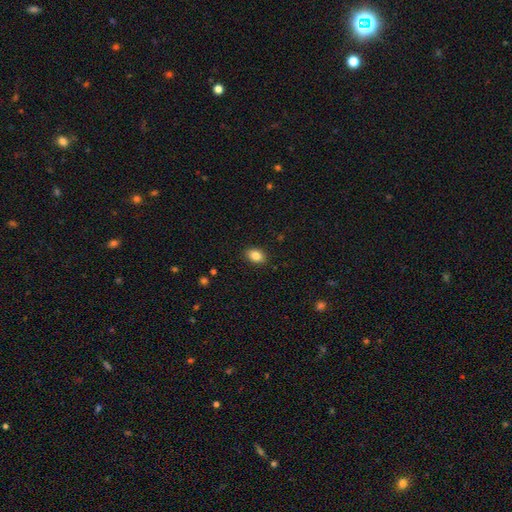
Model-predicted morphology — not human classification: Overall: smooth (85%). How rounded: in between (79%). Merging: none (89%).